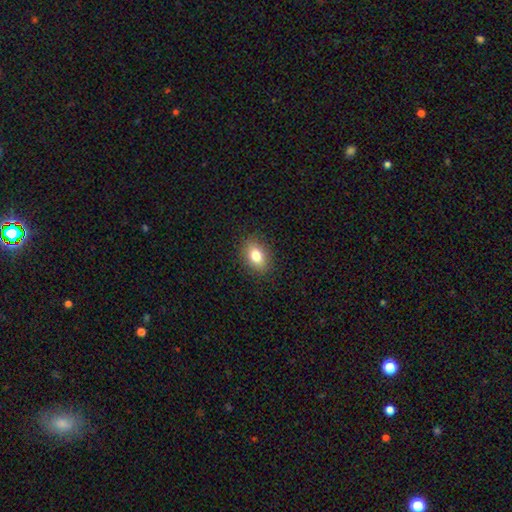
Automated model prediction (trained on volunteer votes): Smooth or featured?
  - smooth: 80% *
  - featured or disk: 10%
  - star or artifact: 9%
How rounded?
  - in between: 76% *
  - round: 22%
  - cigar-shaped: 2%
Merging?
  - none: 88% *
  - minor disturbance: 8%
  - major disturbance: 2%
  - merger: 1%